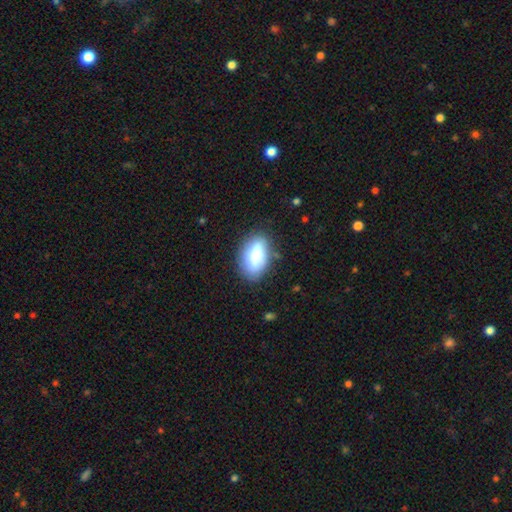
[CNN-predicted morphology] Overall: smooth (80%). How rounded: in between (91%). Merging: none (79%).